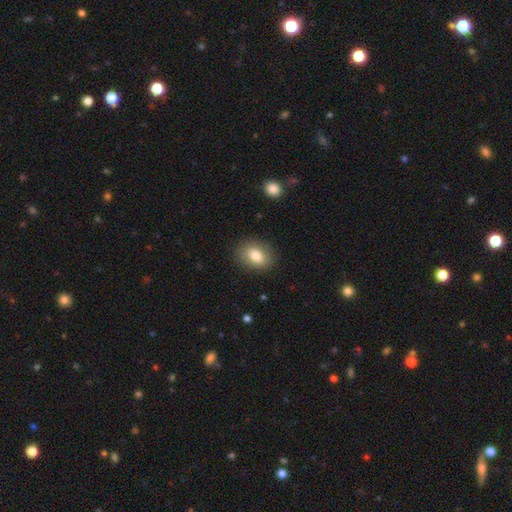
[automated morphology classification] Overall: smooth (80%). How rounded: in between (73%). Merging: none (86%).